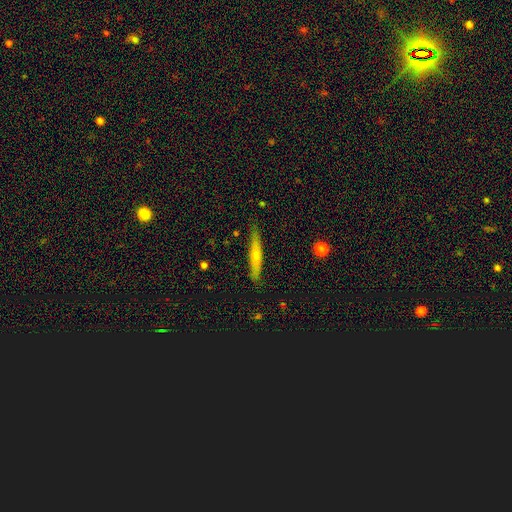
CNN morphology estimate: A featured or disk galaxy (56%) viewed edge-on (94%) with a rounded central bulge (77%). Merging: none (87%).